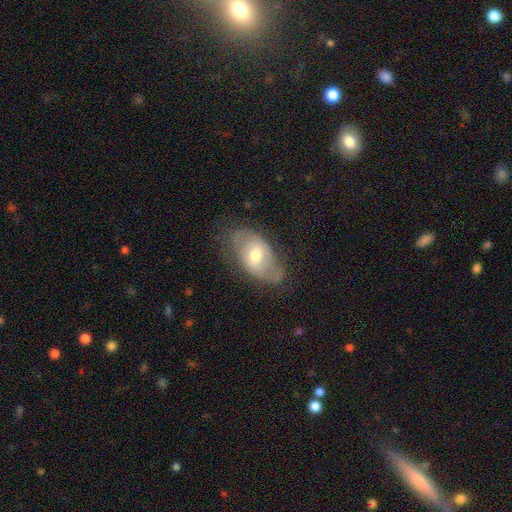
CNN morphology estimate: Smooth or featured?
  - featured or disk: 53% *
  - smooth: 40%
  - star or artifact: 7%
Edge-on disk?
  - no: 91% *
  - yes: 9%
Merging?
  - none: 60% *
  - minor disturbance: 27%
  - major disturbance: 12%
  - merger: 2%